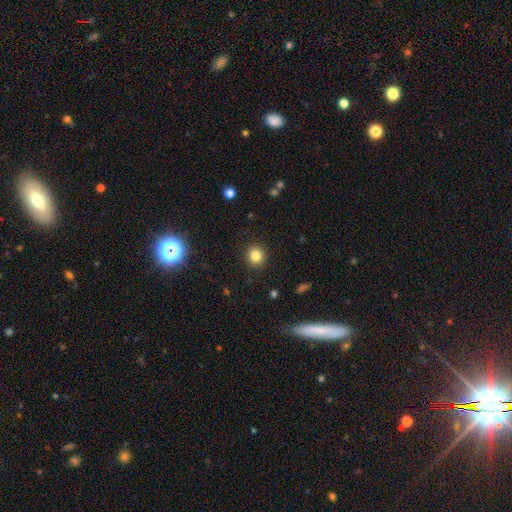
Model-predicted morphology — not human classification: Smooth or featured?
  - smooth: 82% *
  - star or artifact: 12%
  - featured or disk: 6%
How rounded?
  - round: 91% *
  - in between: 8%
  - cigar-shaped: 1%
Merging?
  - none: 92% *
  - minor disturbance: 5%
  - major disturbance: 2%
  - merger: 1%